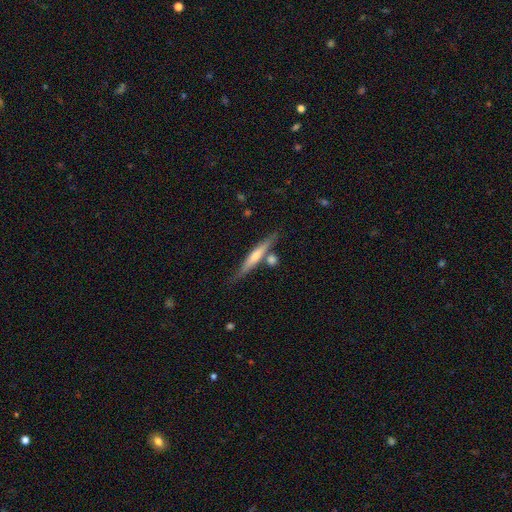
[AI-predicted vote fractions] This appears to be a featured or disk galaxy (62%) viewed edge-on (95%) with a rounded central bulge (70%). Merging: none (76%).